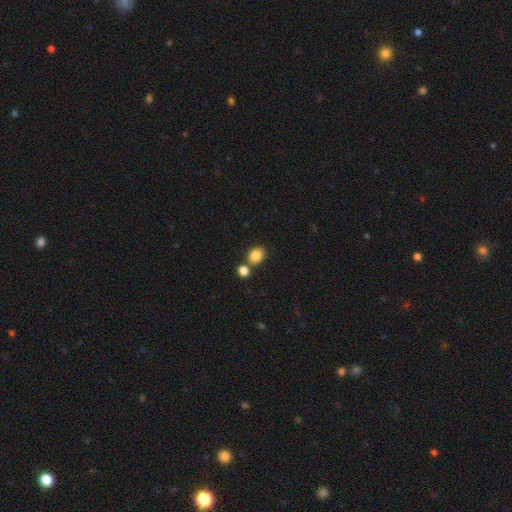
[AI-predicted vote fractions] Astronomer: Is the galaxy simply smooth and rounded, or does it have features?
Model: smooth — 85%.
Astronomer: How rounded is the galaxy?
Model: round — 50% (runner-up: in between, 49%).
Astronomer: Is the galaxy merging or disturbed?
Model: none — 65%.